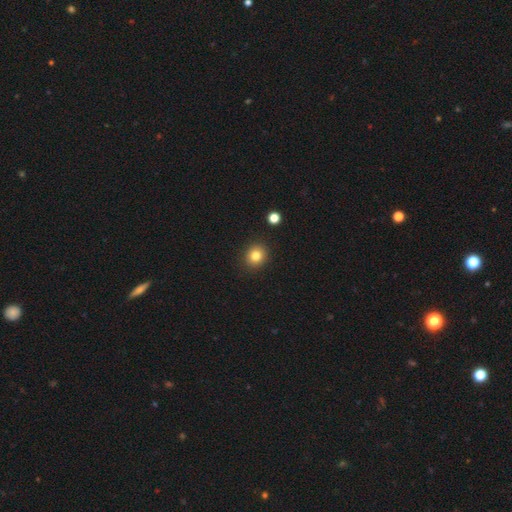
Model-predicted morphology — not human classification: Smooth or featured? Predicted: smooth (p=0.82). How rounded? Predicted: round (p=0.80). Merging? Predicted: none (p=0.90).